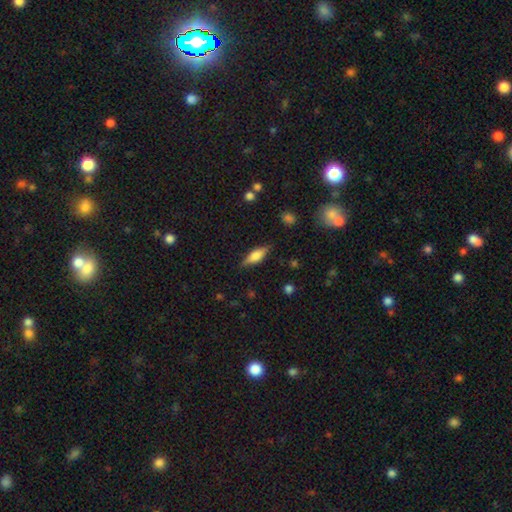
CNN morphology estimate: Smooth or featured? smooth (50%)
Merging? none (84%)